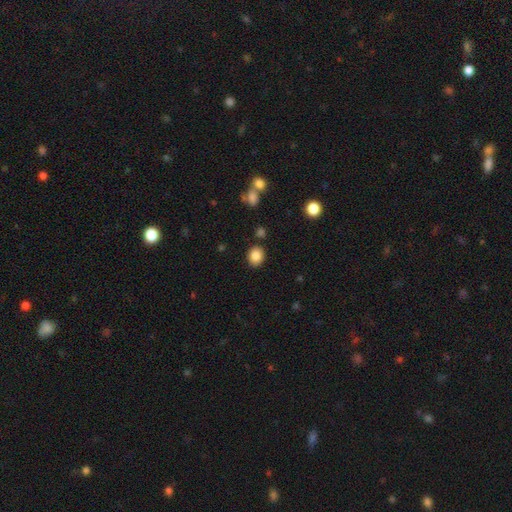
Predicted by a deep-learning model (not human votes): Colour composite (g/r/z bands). It shows a smooth galaxy with no disk features (86%) that is round (65%). Merging: none (86%).